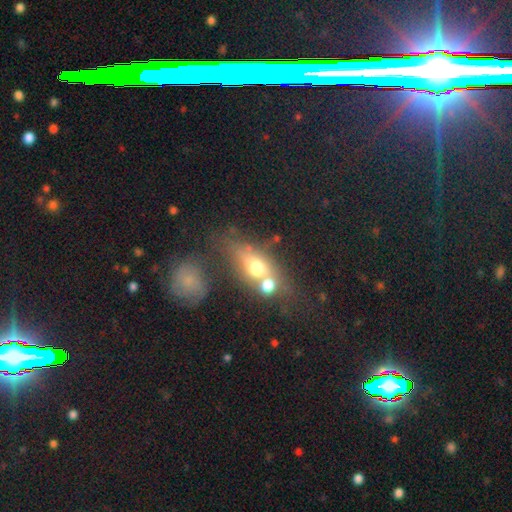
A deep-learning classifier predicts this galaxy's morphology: smooth 42%, star or artifact 39%, featured or disk 19%. Down the decision tree: merging — none (63%).